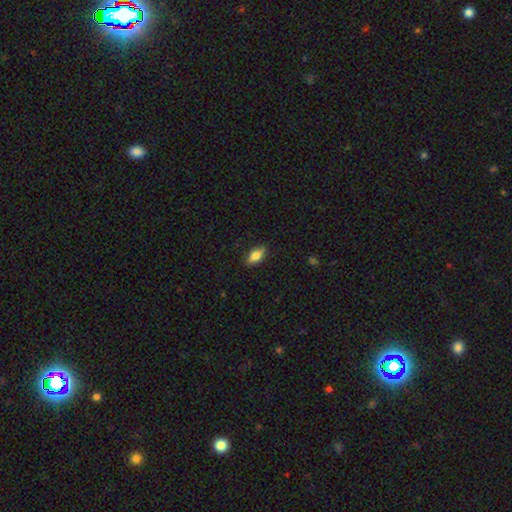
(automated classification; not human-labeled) Morphology: type=smooth (75%); roundness=in between (84%); merging=none (85%).